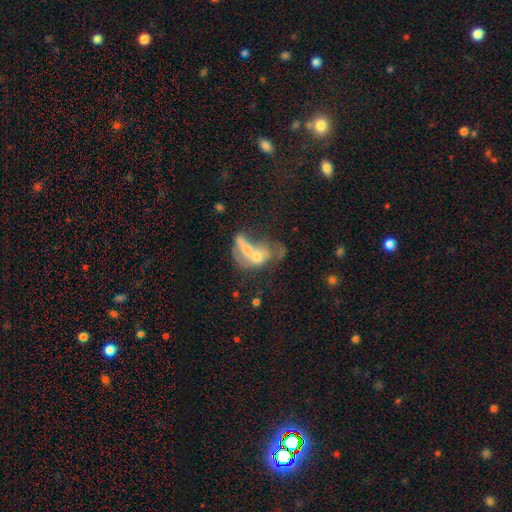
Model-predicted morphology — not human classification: Smooth or featured? Predicted: featured or disk (p=0.50). Edge-on disk? Predicted: no (p=0.91). Merging? Predicted: merger (p=0.55).